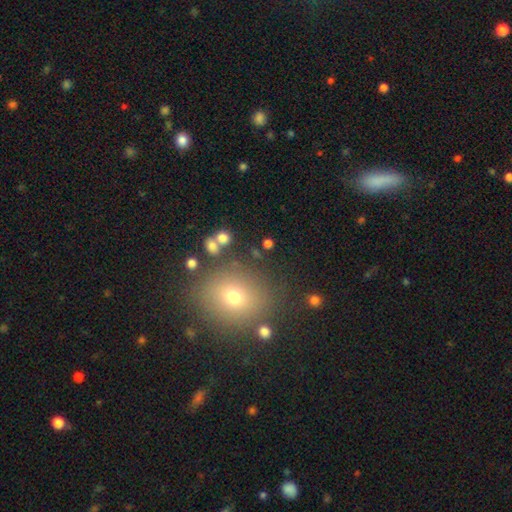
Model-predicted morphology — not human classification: This appears to be a smooth galaxy with no disk features (63%) that is round (66%). Merging: none (83%).